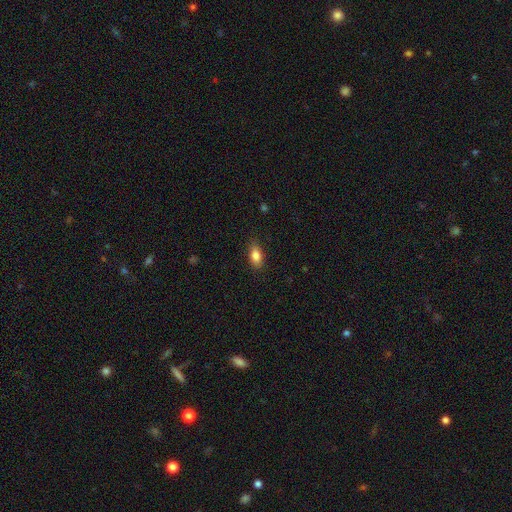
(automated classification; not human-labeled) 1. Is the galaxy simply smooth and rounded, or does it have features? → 84% smooth, 8% featured or disk, 8% star or artifact.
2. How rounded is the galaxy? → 86% in between, 8% cigar-shaped, 6% round.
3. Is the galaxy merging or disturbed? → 85% none, 11% minor disturbance, 3% major disturbance, 1% merger.